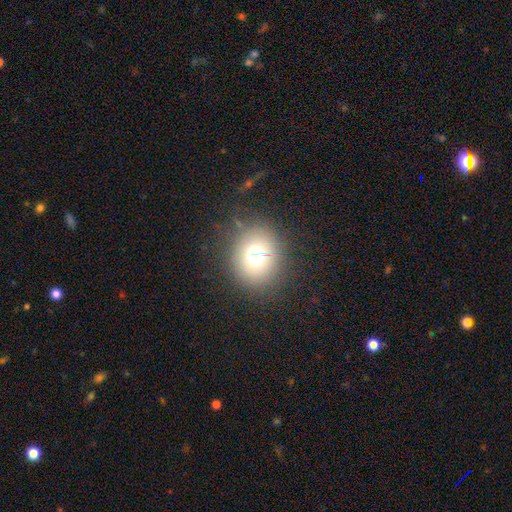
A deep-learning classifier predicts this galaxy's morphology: Smooth or featured? Predicted: smooth (p=0.66). How rounded? Predicted: round (p=0.75). Merging? Predicted: none (p=0.78).